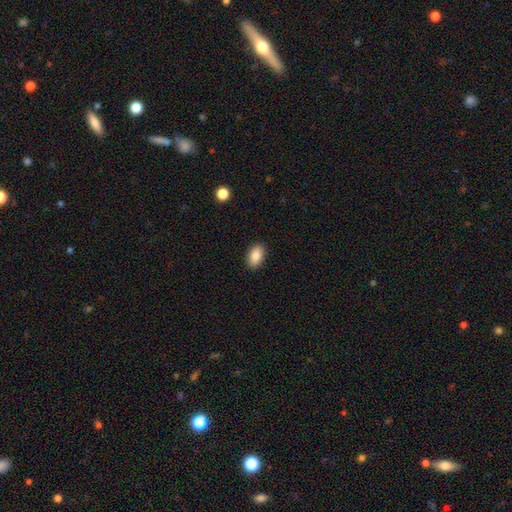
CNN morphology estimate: Overall: smooth (87%). How rounded: in between (91%). Merging: none (90%).